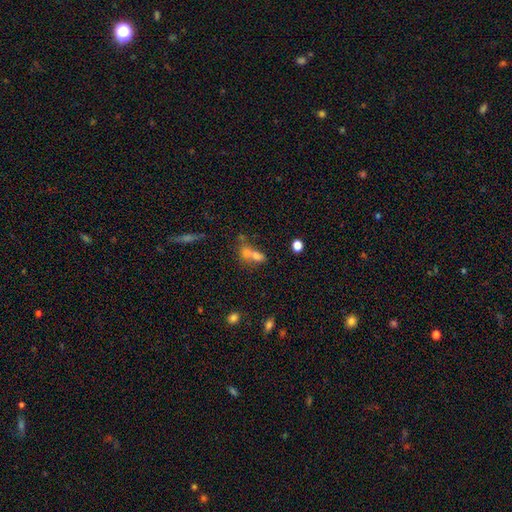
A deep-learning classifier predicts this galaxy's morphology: Smooth or featured? Predicted: smooth (p=0.66). How rounded? Predicted: in between (p=0.61). Merging? Predicted: merger (p=0.64).